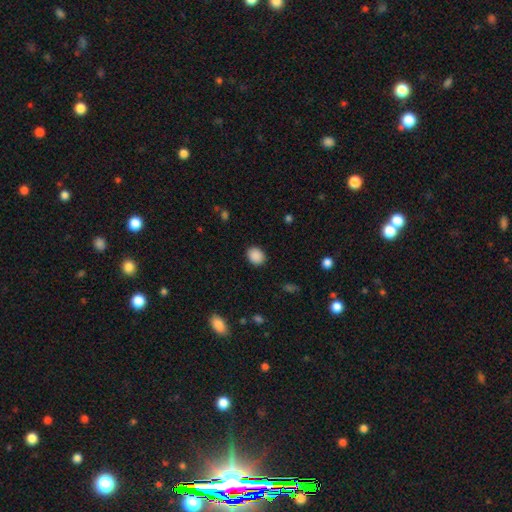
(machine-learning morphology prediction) Overall: smooth (89%). How rounded: round (54%; in between 45%). Merging: none (88%).